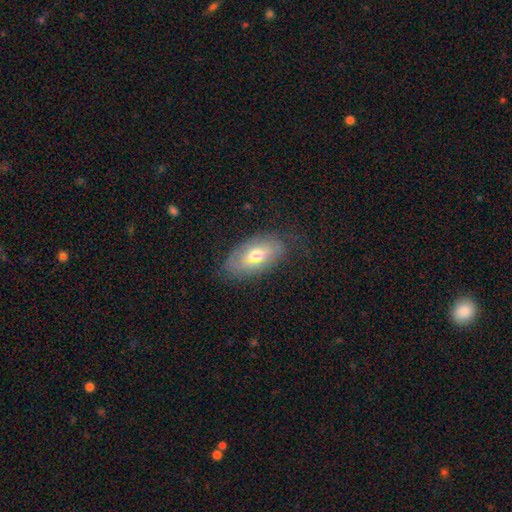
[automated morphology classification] smooth 61%, featured or disk 32%, star or artifact 7%. Down the decision tree: how rounded — in between (91%); merging — none (73%).